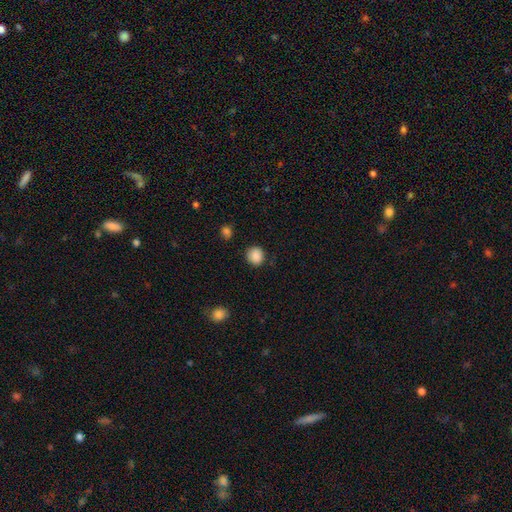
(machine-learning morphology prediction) smooth 88%, star or artifact 9%, featured or disk 3%. Down the decision tree: how rounded — round (84%); merging — none (85%).